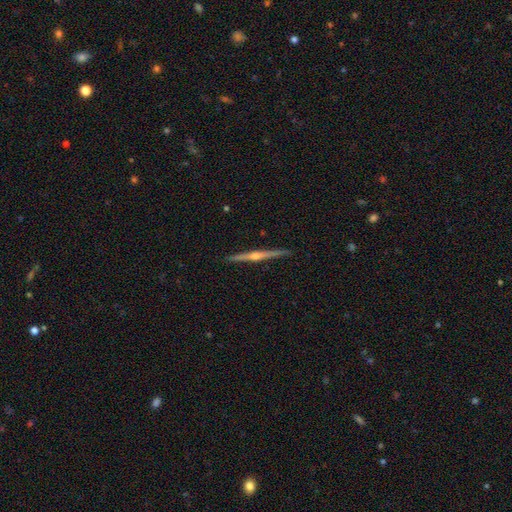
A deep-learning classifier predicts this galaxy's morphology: smooth-or-featured: featured or disk: 86% | smooth: 9% | star or artifact: 5%
  disk-edge-on: yes: 99% | no: 1%
    edge-on-bulge: rounded: 91% | none: 5% | boxy: 4%
  merging: none: 93% | minor disturbance: 5% | major disturbance: 1% | merger: 1%